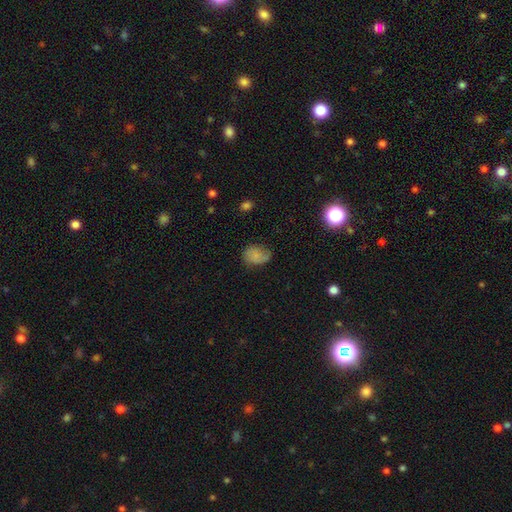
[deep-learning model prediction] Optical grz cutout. It shows a smooth galaxy with no disk features (73%) that is in between round and cigar-shaped (67%). Merging: none (58%).